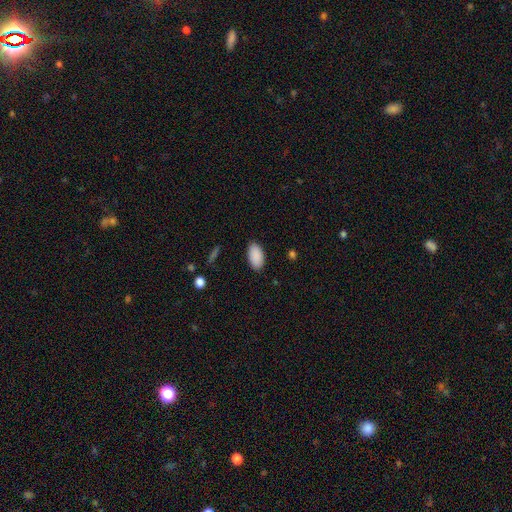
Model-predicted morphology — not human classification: type=smooth (91%); roundness=in between (95%); merging=none (88%).